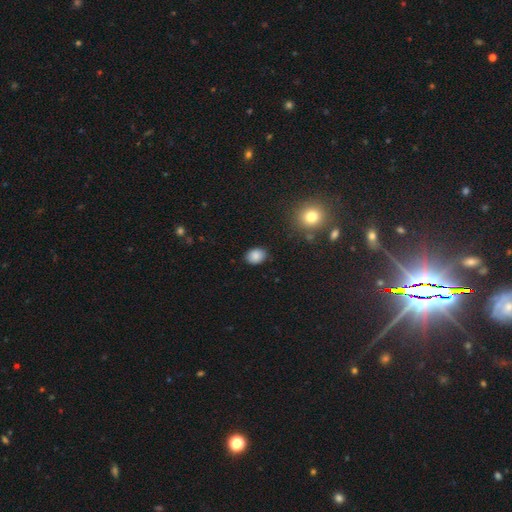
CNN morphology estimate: Smooth or featured? Predicted: smooth (p=0.86). How rounded? Predicted: in between (p=0.61). Merging? Predicted: none (p=0.86).